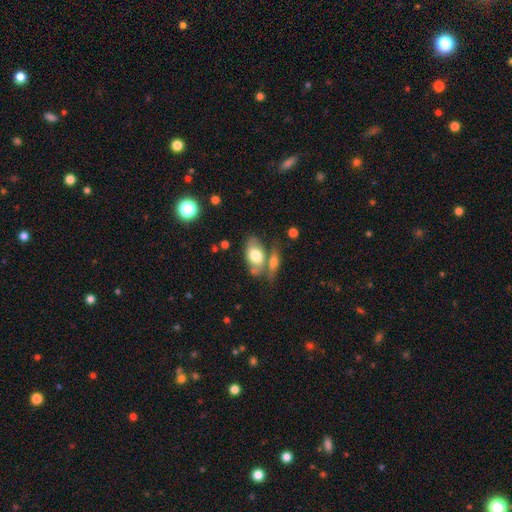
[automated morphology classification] This appears to be a smooth galaxy with no disk features (66%) that is in between round and cigar-shaped (90%). Merging: none (42%).